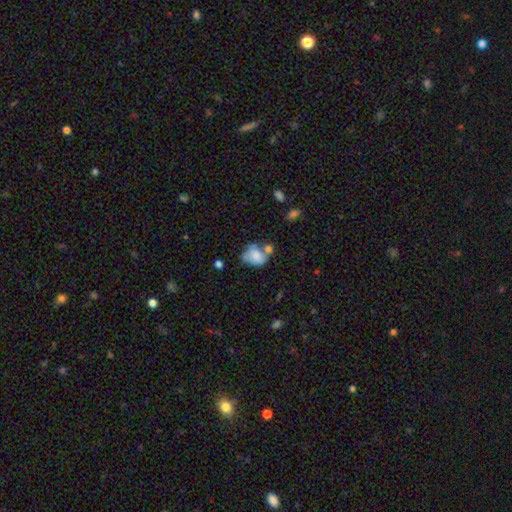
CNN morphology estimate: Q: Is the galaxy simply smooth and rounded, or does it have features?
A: smooth — 71%.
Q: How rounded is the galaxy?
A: in between — 65%.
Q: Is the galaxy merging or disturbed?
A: merger — 36%.